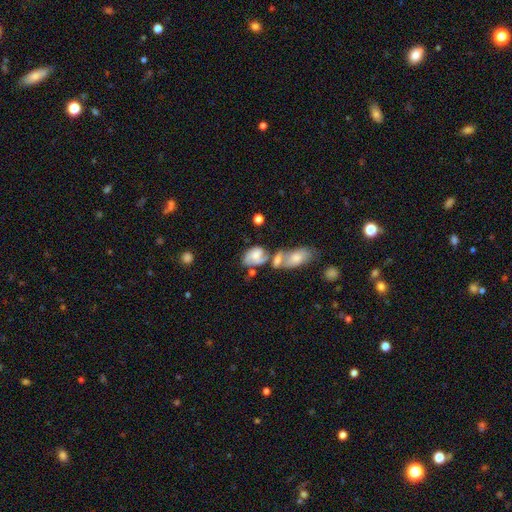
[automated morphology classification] A featured or disk galaxy (51%).

Vote fractions:
- Smooth or featured? featured or disk: 51% / smooth: 41% / star or artifact: 8%
- Edge-on disk? no: 95% / yes: 5%
- Merging? merger: 51% / none: 23% / minor disturbance: 14% / major disturbance: 11%